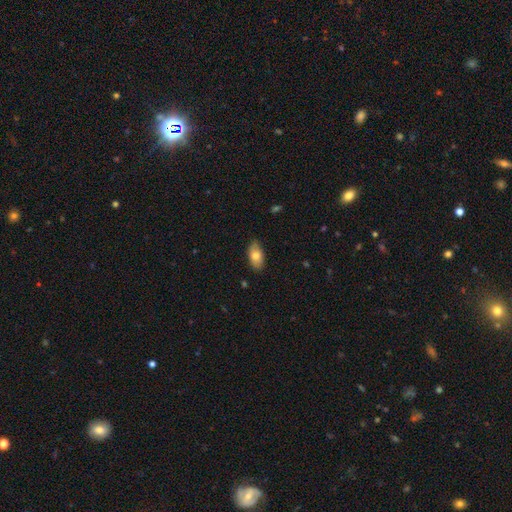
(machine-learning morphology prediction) type=smooth (78%); roundness=in between (93%); merging=none (84%).